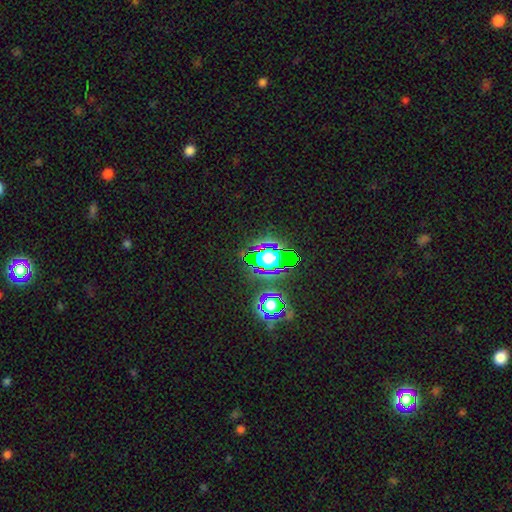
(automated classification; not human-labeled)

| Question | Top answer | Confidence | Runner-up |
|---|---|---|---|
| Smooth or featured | star or artifact | 77% | smooth (13%) |